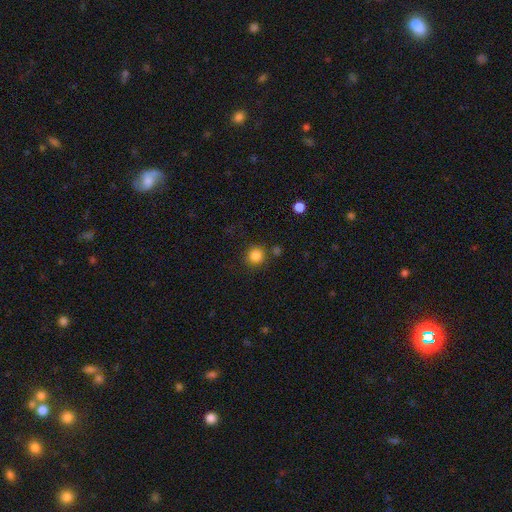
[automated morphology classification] The model was most divided on "smooth or featured": smooth: 84%, star or artifact: 11%, featured or disk: 4%. More confident: how rounded — round (91%); merging — none (82%).